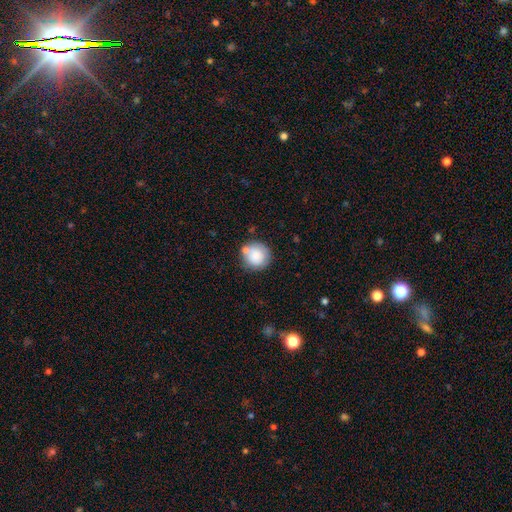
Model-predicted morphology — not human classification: smooth 81%, featured or disk 11%, star or artifact 8%. Down the decision tree: how rounded — round (92%); merging — none (72%).